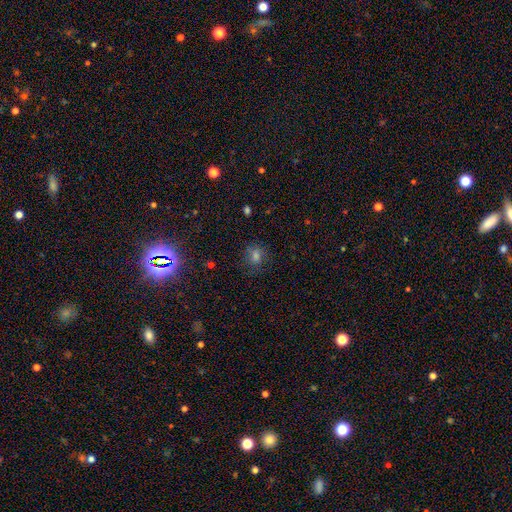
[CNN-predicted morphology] A smooth galaxy with no disk features (56%) that is round (69%). Merging: none (80%).